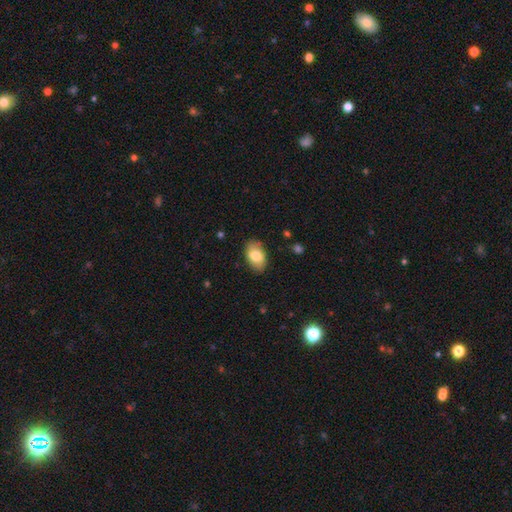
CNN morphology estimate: Q: Smooth or featured?
A: smooth (78%); runner-up: featured or disk (15%)
Q: How rounded?
A: in between (91%); runner-up: round (7%)
Q: Merging?
A: none (84%); runner-up: minor disturbance (12%)